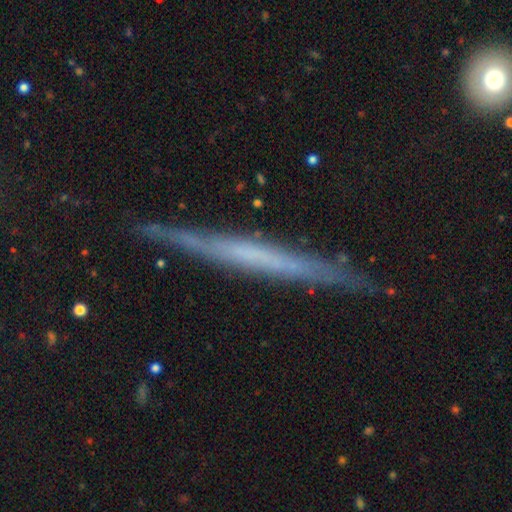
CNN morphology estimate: Smooth or featured: featured or disk — 66% (smooth — 24%)
Edge-on disk: yes — 95% (no — 5%)
Edge-on bulge: none — 82% (rounded — 9%)
Merging: none — 85% (minor disturbance — 12%)